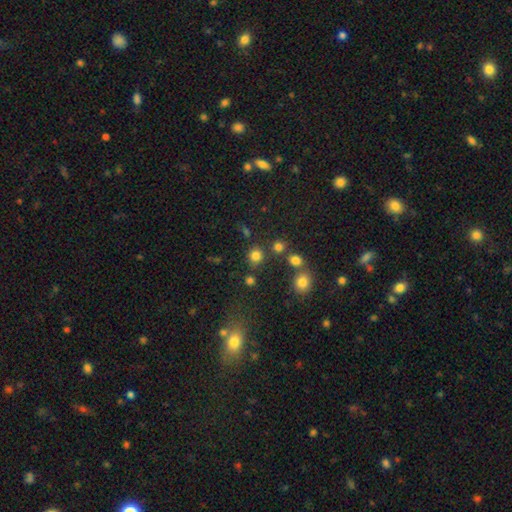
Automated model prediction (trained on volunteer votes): smooth-or-featured: smooth: 79% | star or artifact: 16% | featured or disk: 5%
  how-rounded: round: 87% | in between: 12% | cigar-shaped: 1%
  merging: none: 79% | merger: 9% | minor disturbance: 8% | major disturbance: 3%